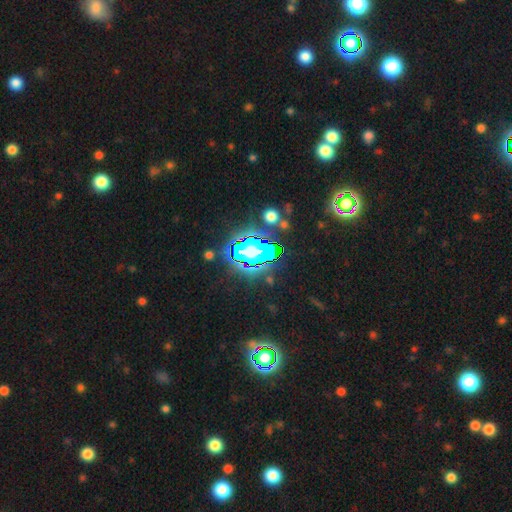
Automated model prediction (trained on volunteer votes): This appears to be a star or artifact, not a galaxy (80%).